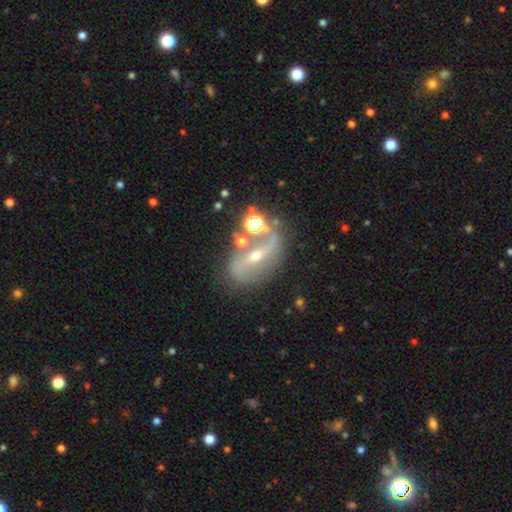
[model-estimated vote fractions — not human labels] This is likely a featured or disk galaxy (78%). It is clearly not viewed edge-on (92%). Bar: possibly strong (55%). Spiral arm pattern: likely yes (78%). Spiral arm count: clearly 2 (83%). Spiral winding: possibly loose (58%). Central bulge: possibly small (53%). Merging: likely none (63%).